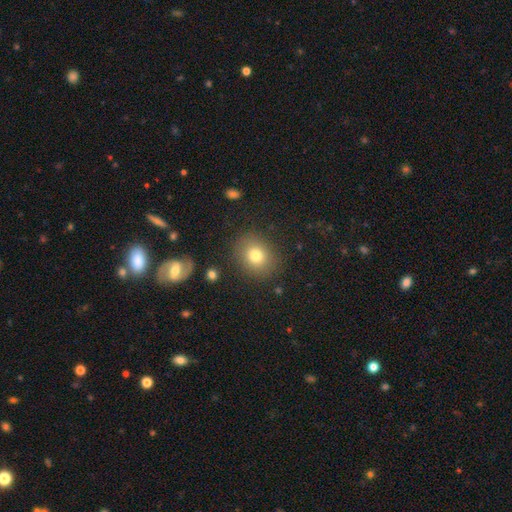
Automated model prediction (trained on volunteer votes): Morphology: type=smooth (77%); roundness=round (61%); merging=none (84%).